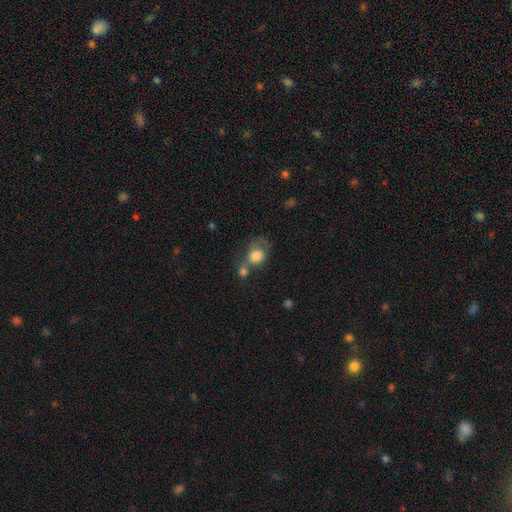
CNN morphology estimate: A smooth galaxy with no disk features (78%) that is round (57%). Merging: merger (38%).